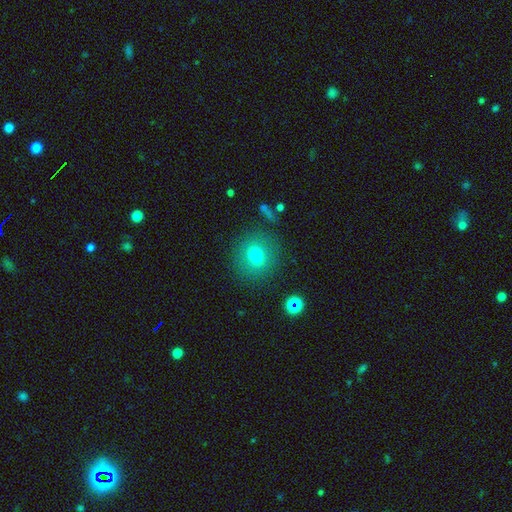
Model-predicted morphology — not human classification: smooth_or_featured: smooth (p=0.72) [alt: featured or disk p=0.14]
how_rounded: round (p=0.85) [alt: in between p=0.14]
merging: none (p=0.85) [alt: minor disturbance p=0.09]